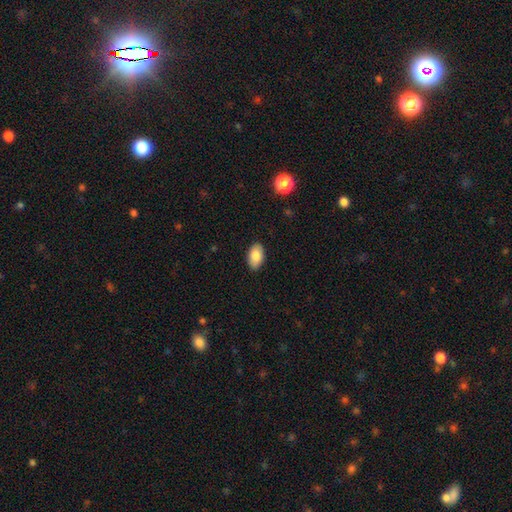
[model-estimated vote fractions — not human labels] Smooth or featured? Predicted: smooth (p=0.83). How rounded? Predicted: in between (p=0.93). Merging? Predicted: none (p=0.88).